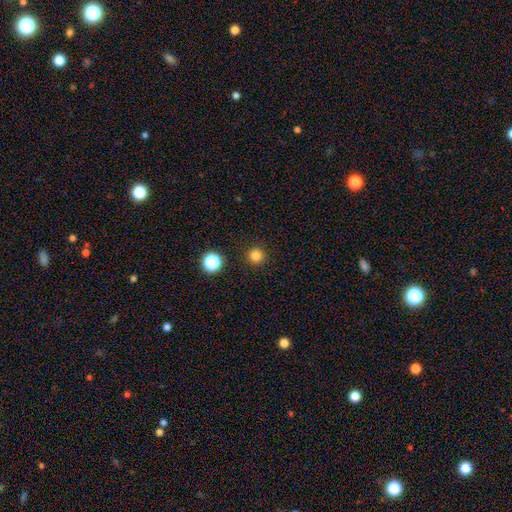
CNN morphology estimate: smooth 81%, star or artifact 15%, featured or disk 4%. Down the decision tree: how rounded — round (96%); merging — none (93%).